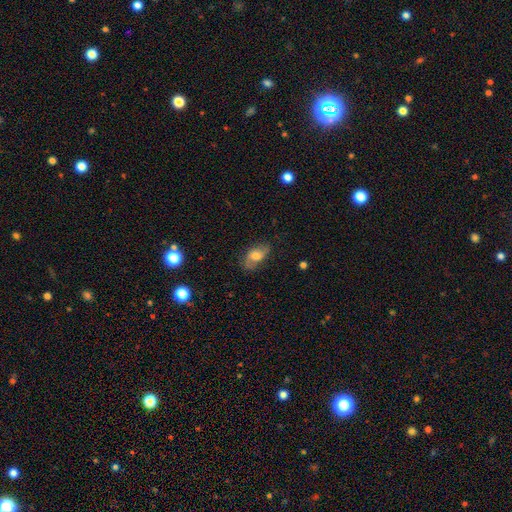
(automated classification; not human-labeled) Smooth or featured? Predicted: smooth (p=0.48). Merging? Predicted: none (p=0.66).